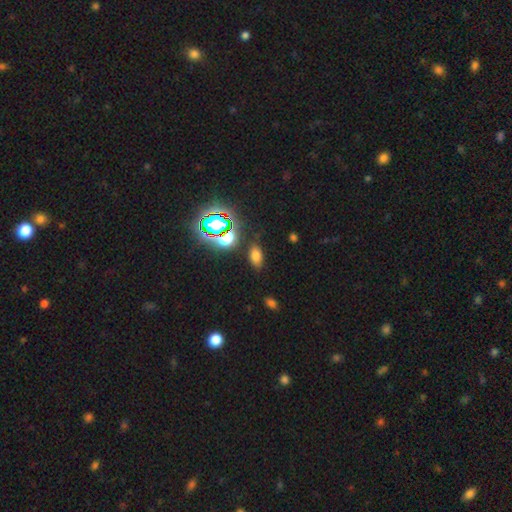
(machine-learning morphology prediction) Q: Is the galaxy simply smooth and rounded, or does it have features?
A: smooth — 65%.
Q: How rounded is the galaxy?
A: in between — 87%.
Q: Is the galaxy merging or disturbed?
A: none — 81%.